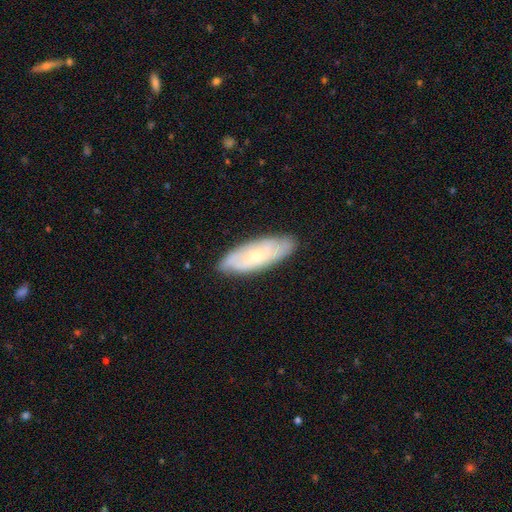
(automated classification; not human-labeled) smooth-or-featured: featured or disk: 48% | smooth: 46% | star or artifact: 7%
  merging: none: 83% | minor disturbance: 14% | major disturbance: 3% | merger: 1%